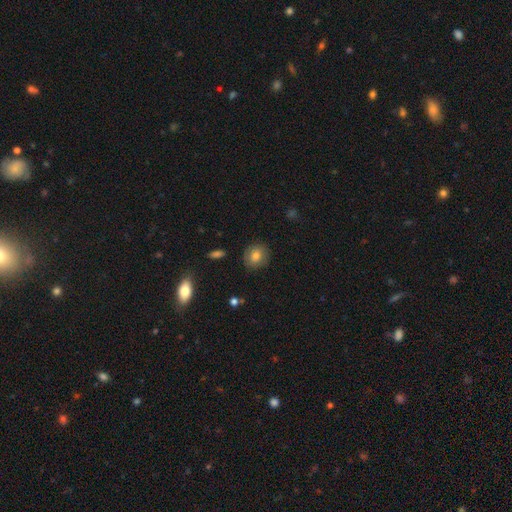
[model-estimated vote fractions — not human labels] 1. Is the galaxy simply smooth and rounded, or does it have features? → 76% smooth, 15% featured or disk, 9% star or artifact.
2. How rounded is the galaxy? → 75% round, 23% in between, 1% cigar-shaped.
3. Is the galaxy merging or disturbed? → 85% none, 11% minor disturbance, 3% major disturbance, 1% merger.